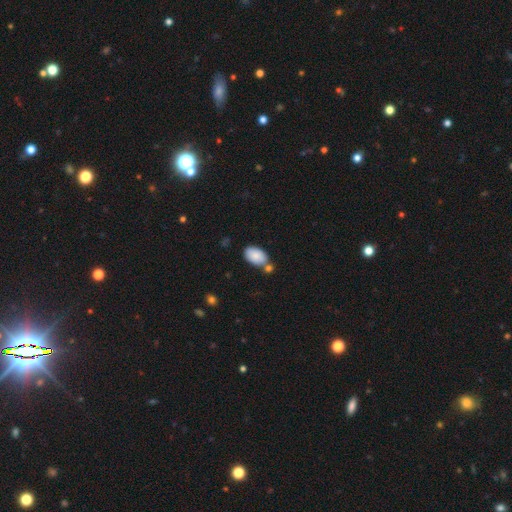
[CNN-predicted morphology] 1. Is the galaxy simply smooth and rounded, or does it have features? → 86% smooth, 7% featured or disk, 6% star or artifact.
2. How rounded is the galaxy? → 93% in between, 6% round, 1% cigar-shaped.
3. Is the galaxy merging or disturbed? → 62% none, 19% merger, 15% minor disturbance, 4% major disturbance.